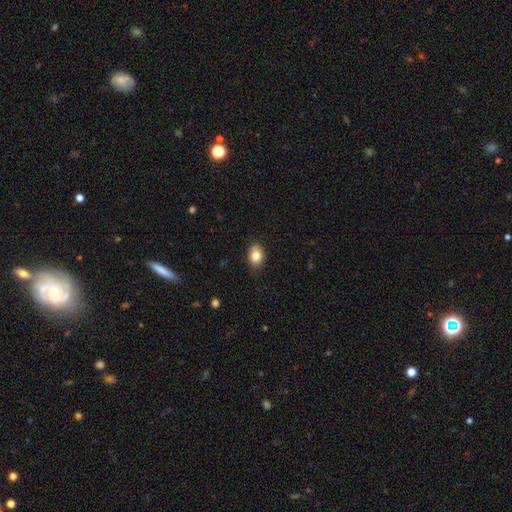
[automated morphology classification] Smooth or featured: smooth — 83% (star or artifact — 9%)
How rounded: in between — 71% (round — 28%)
Merging: none — 83% (minor disturbance — 14%)